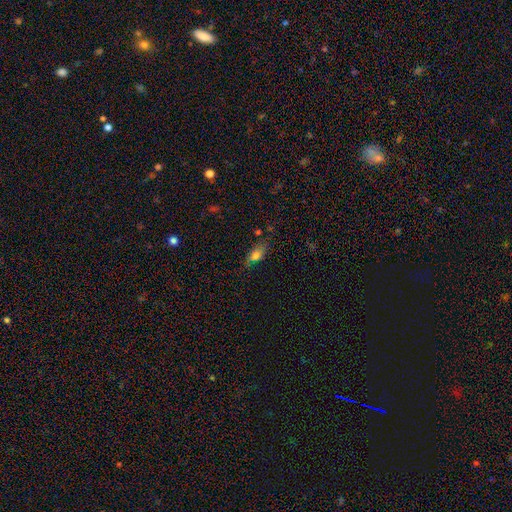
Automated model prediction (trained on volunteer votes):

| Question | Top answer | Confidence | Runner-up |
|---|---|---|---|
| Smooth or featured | smooth | 74% | featured or disk (14%) |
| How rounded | in between | 80% | cigar-shaped (13%) |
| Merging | none | 63% | minor disturbance (25%) |